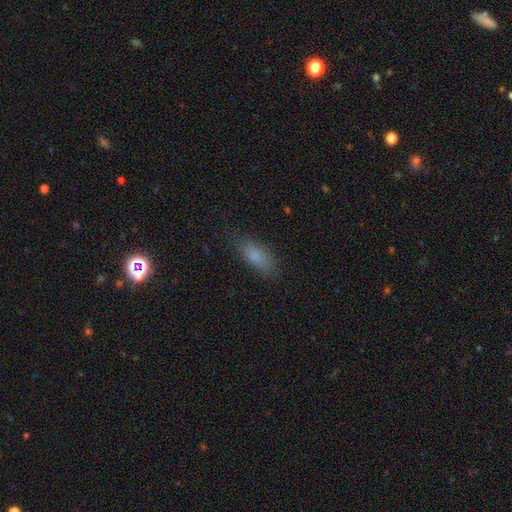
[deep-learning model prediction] Smooth or featured? Predicted: smooth (p=0.81). How rounded? Predicted: in between (p=0.77). Merging? Predicted: none (p=0.78).